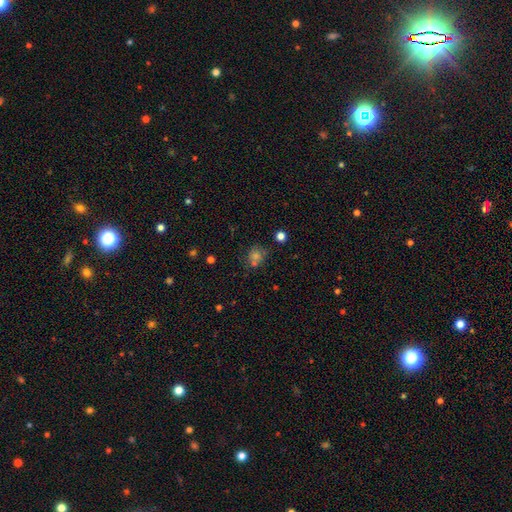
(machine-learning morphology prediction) The model was most divided on "smooth or featured": smooth: 63%, star or artifact: 26%, featured or disk: 12%. More confident: how rounded — round (80%); merging — none (65%).